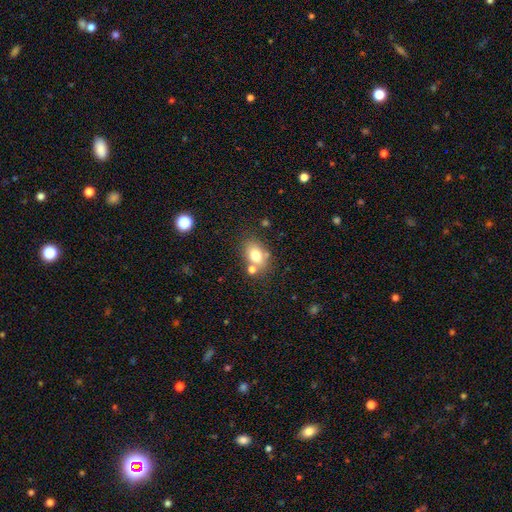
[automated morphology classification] A smooth galaxy with no disk features (75%) that is in between round and cigar-shaped (71%). Merging: none (64%).